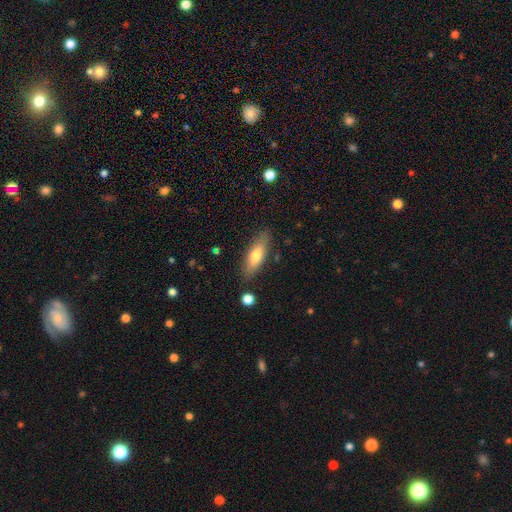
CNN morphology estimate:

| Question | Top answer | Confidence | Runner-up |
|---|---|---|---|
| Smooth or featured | smooth | 72% | featured or disk (22%) |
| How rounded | in between | 57% | cigar-shaped (40%) |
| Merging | none | 82% | minor disturbance (12%) |